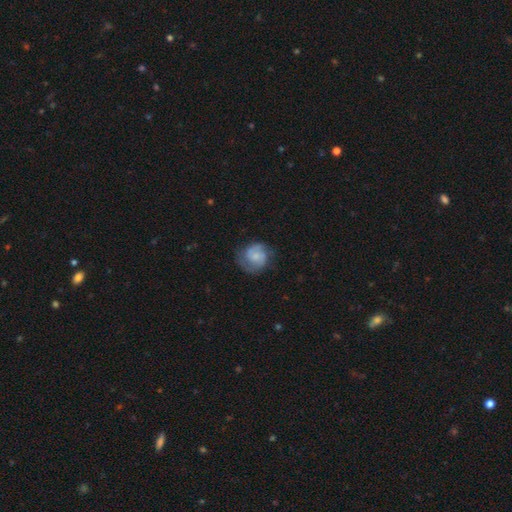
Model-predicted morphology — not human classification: Smooth or featured? Predicted: featured or disk (p=0.58). Edge-on disk? Predicted: no (p=0.98). Bar? Predicted: no (p=0.61). Spiral arms? Predicted: yes (p=0.88). Bulge size? Predicted: small (p=0.41). Merging? Predicted: none (p=0.64).